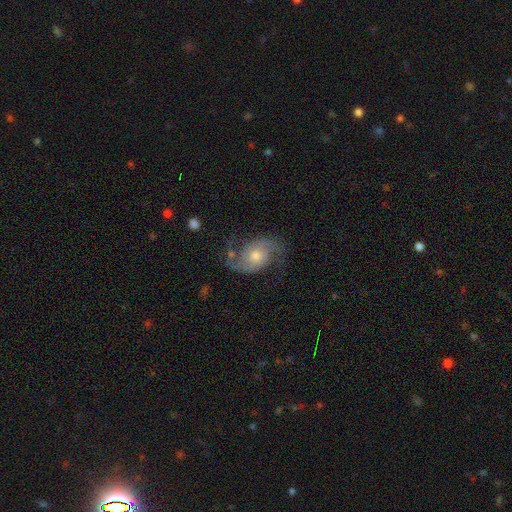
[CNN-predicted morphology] Smooth or featured?
  - featured or disk: 84% *
  - smooth: 9%
  - star or artifact: 7%
Edge-on disk?
  - no: 97% *
  - yes: 3%
Bar?
  - no: 73% *
  - weak: 23%
  - strong: 4%
Spiral arms?
  - yes: 96% *
  - no: 4%
Spiral winding?
  - medium: 47% *
  - loose: 37%
  - tight: 15%
Spiral arm count?
  - 2: 92% *
  - can't tell: 3%
  - 1: 2%
  - 3: 1%
  - 4: 1%
  - more than 4: 1%
Bulge size?
  - moderate: 63% *
  - small: 29%
  - large: 5%
  - none: 2%
  - dominant: 1%
Merging?
  - none: 71% *
  - minor disturbance: 17%
  - major disturbance: 10%
  - merger: 2%